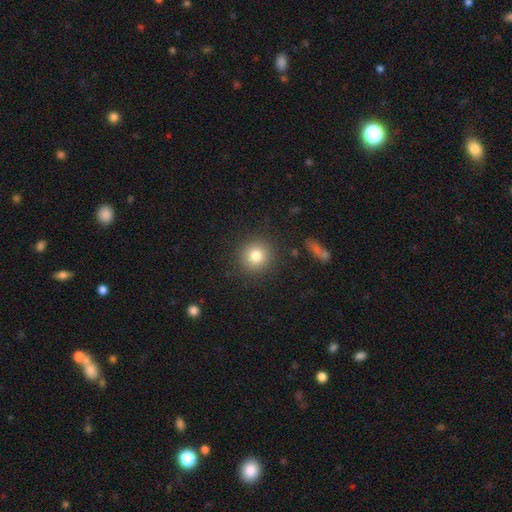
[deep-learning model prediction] Smooth or featured: smooth — 80% (star or artifact — 11%)
How rounded: round — 93% (in between — 6%)
Merging: none — 89% (minor disturbance — 7%)